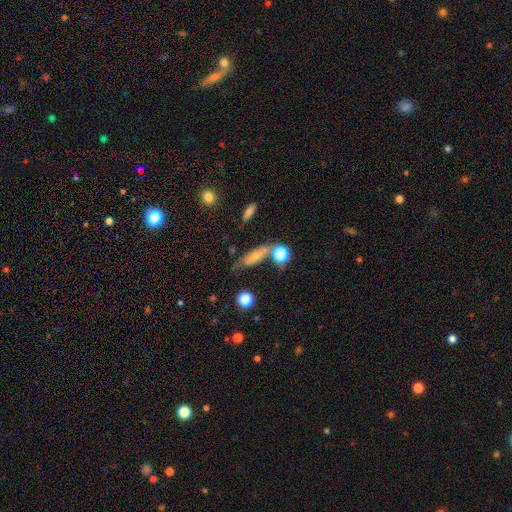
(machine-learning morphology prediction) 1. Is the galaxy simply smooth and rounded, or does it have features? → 58% smooth, 30% featured or disk, 11% star or artifact.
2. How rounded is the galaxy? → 46% in between, 45% cigar-shaped, 9% round.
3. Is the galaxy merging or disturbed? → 52% none, 21% minor disturbance, 17% merger, 10% major disturbance.